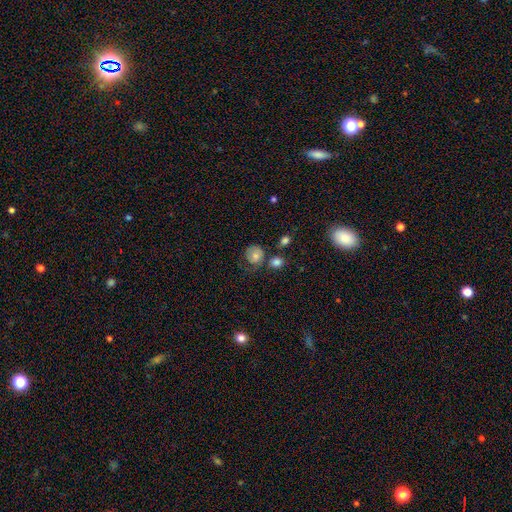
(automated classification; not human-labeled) Smooth or featured? Predicted: smooth (p=0.72). How rounded? Predicted: round (p=0.81). Merging? Predicted: none (p=0.52).